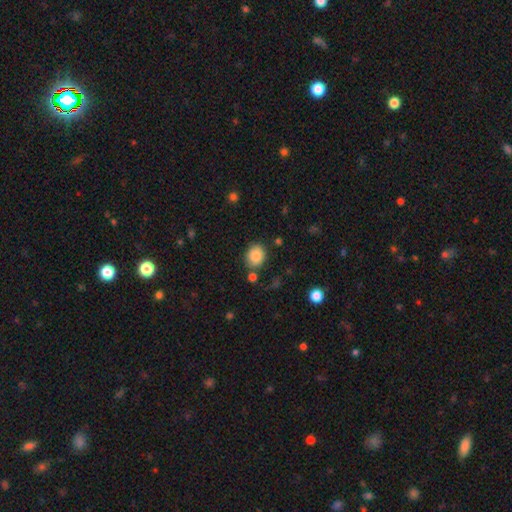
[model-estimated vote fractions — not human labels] Smooth or featured: smooth — 86% (star or artifact — 9%)
How rounded: round — 64% (in between — 35%)
Merging: none — 80% (minor disturbance — 11%)